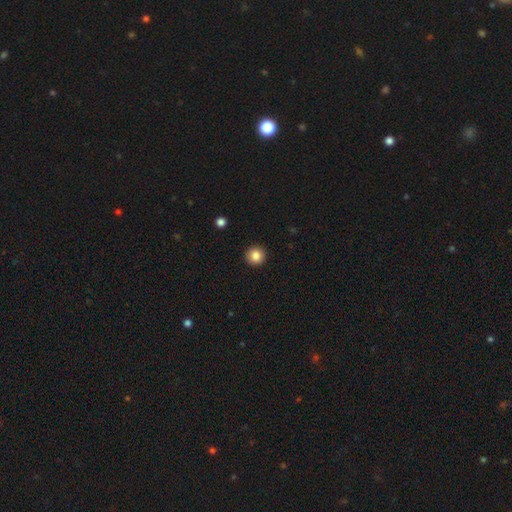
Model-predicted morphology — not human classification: smooth_or_featured: smooth (p=0.86) [alt: star or artifact p=0.09]
how_rounded: round (p=0.95) [alt: in between p=0.04]
merging: none (p=0.93) [alt: minor disturbance p=0.05]